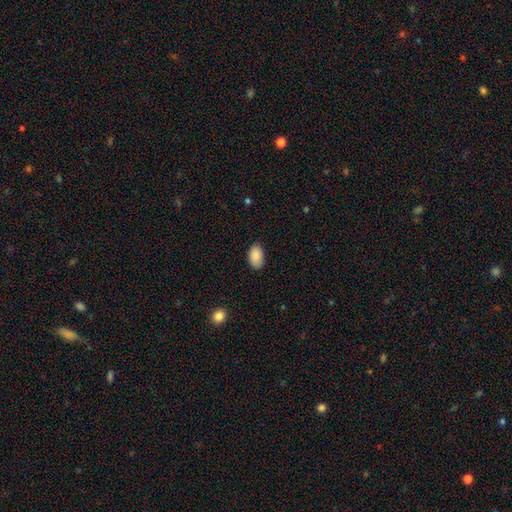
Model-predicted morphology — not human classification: type=smooth (88%); roundness=in between (93%); merging=none (84%).